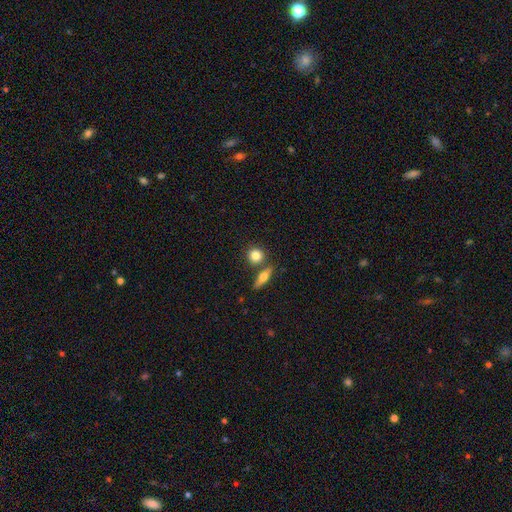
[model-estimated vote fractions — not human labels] Smooth or featured: smooth — 80% (featured or disk — 12%)
How rounded: round — 77% (in between — 19%)
Merging: none — 70% (merger — 18%)